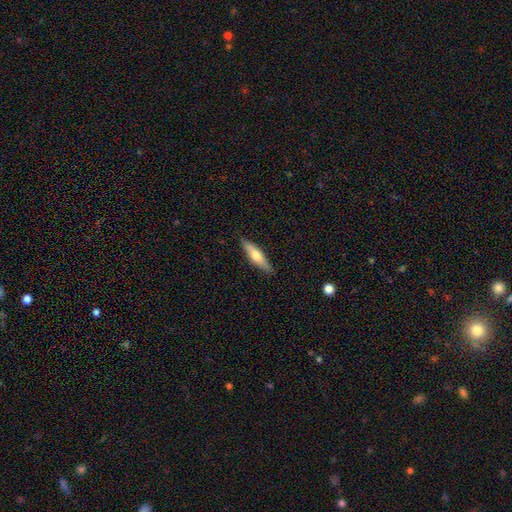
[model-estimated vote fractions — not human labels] Morphology: type=smooth (54%); roundness=cigar-shaped (74%); merging=none (88%).